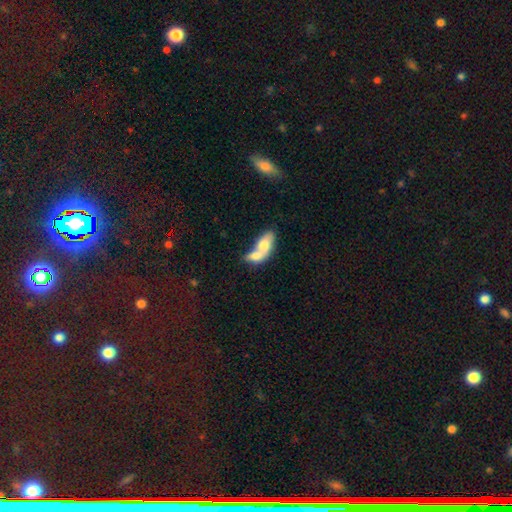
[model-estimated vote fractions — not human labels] smooth 69%, featured or disk 25%, star or artifact 7%. Down the decision tree: how rounded — in between (82%); merging — merger (77%).